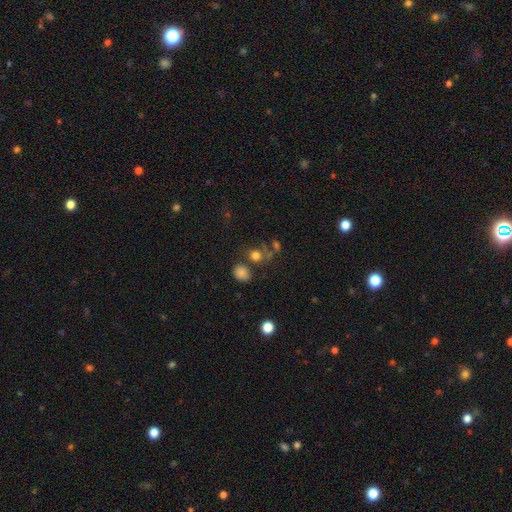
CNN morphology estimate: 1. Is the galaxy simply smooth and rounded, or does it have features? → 72% smooth, 18% star or artifact, 11% featured or disk.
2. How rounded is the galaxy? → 78% round, 20% in between, 1% cigar-shaped.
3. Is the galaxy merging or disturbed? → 53% none, 21% merger, 13% minor disturbance, 12% major disturbance.